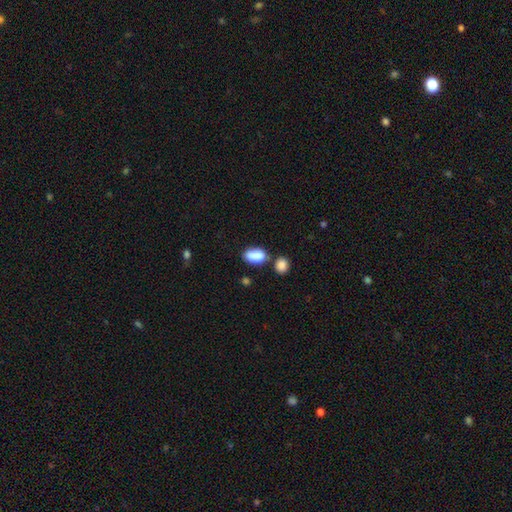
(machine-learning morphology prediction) smooth-or-featured: smooth: 86% | star or artifact: 8% | featured or disk: 6%
  how-rounded: in between: 90% | round: 8% | cigar-shaped: 2%
  merging: none: 58% | merger: 20% | minor disturbance: 17% | major disturbance: 5%